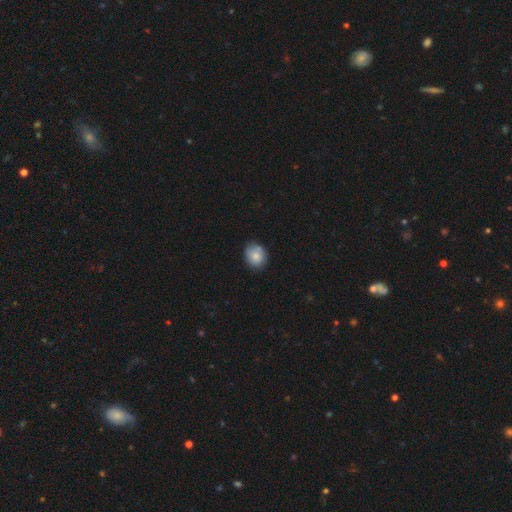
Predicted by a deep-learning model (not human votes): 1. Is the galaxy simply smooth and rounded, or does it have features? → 79% smooth, 13% featured or disk, 8% star or artifact.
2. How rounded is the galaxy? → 68% round, 32% in between, 1% cigar-shaped.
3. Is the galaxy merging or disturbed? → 73% none, 21% minor disturbance, 4% major disturbance, 3% merger.